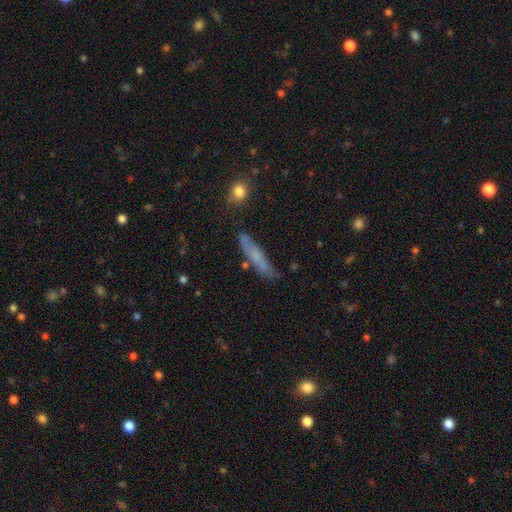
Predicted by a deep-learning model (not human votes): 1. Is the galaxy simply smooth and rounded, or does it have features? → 56% smooth, 34% featured or disk, 9% star or artifact.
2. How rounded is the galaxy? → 87% cigar-shaped, 11% in between, 2% round.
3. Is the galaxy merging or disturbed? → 75% none, 17% minor disturbance, 4% major disturbance, 4% merger.